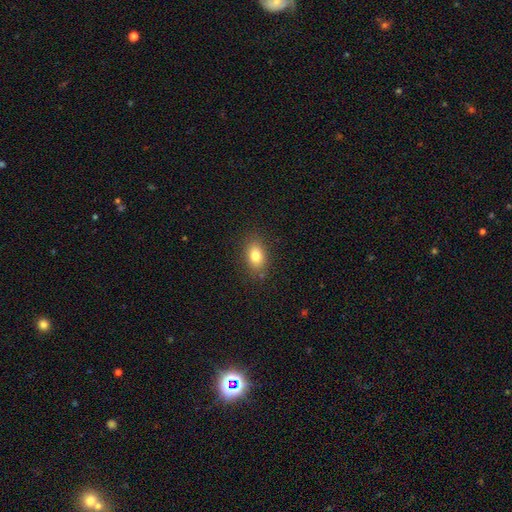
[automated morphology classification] smooth_or_featured: smooth (p=0.81) [alt: star or artifact p=0.10]
how_rounded: in between (p=0.82) [alt: round p=0.16]
merging: none (p=0.85) [alt: minor disturbance p=0.10]